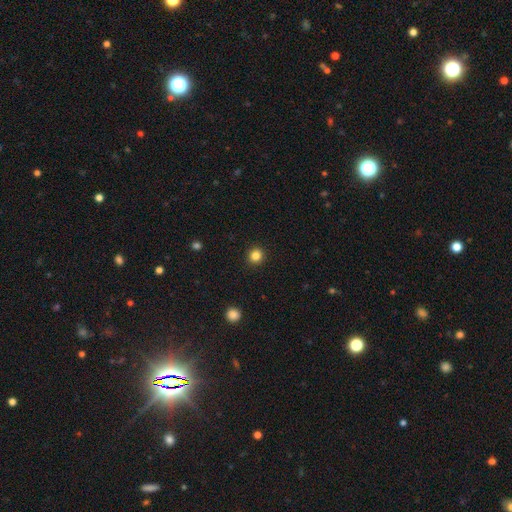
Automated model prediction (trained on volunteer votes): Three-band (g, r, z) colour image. It shows a smooth galaxy with no disk features (84%) that is round (93%). Merging: none (92%).